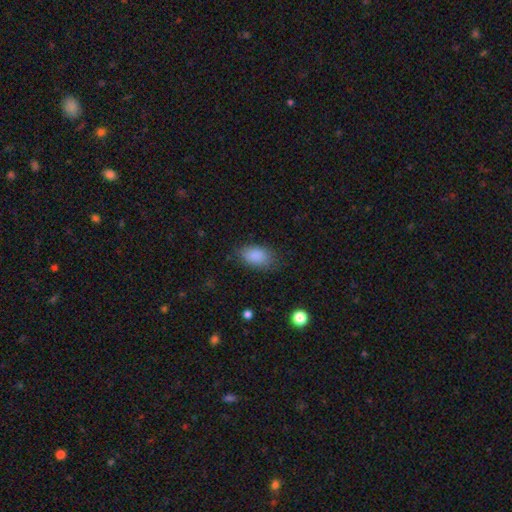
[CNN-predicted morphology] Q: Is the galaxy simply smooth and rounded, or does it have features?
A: smooth — 87%.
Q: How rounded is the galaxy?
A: in between — 89%.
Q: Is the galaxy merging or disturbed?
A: none — 76%.